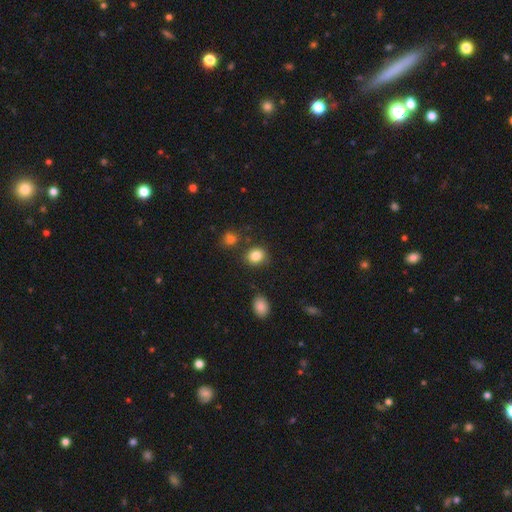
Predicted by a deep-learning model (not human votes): Smooth or featured?
  - smooth: 85% *
  - star or artifact: 10%
  - featured or disk: 6%
How rounded?
  - round: 68% *
  - in between: 31%
  - cigar-shaped: 1%
Merging?
  - none: 81% *
  - minor disturbance: 10%
  - merger: 5%
  - major disturbance: 3%